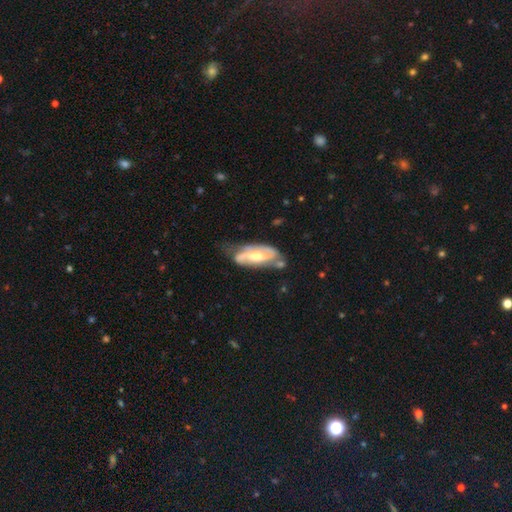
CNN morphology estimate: Q: Smooth or featured?
A: featured or disk (79%); runner-up: smooth (16%)
Q: Edge-on disk?
A: no (90%); runner-up: yes (10%)
Q: Bar?
A: weak (42%); runner-up: strong (31%)
Q: Spiral arms?
A: yes (90%); runner-up: no (10%)
Q: Spiral winding?
A: medium (45%); runner-up: tight (32%)
Q: Spiral arm count?
A: 2 (79%); runner-up: can't tell (11%)
Q: Bulge size?
A: moderate (63%); runner-up: small (18%)
Q: Merging?
A: none (49%); runner-up: minor disturbance (30%)